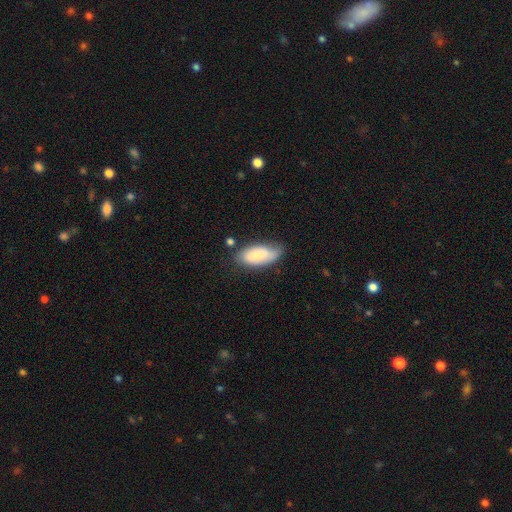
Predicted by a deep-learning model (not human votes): This appears to be a smooth galaxy with no disk features (71%) that is in between round and cigar-shaped (89%). Merging: none (58%).